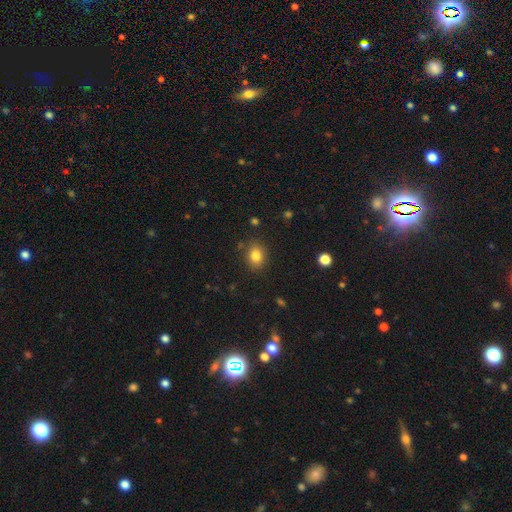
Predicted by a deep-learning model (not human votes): The model was most divided on "how rounded": in between: 57%, round: 42%, cigar-shaped: 1%. More confident: merging — none (84%); smooth or featured — smooth (83%).